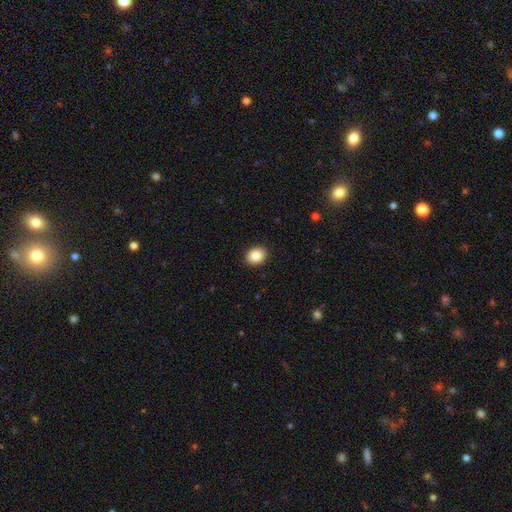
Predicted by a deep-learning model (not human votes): A smooth galaxy with no disk features (87%) that is in between round and cigar-shaped (51%).

Vote fractions:
- Smooth or featured? smooth: 87% / star or artifact: 8% / featured or disk: 5%
- How rounded? in between: 51% / round: 49% / cigar-shaped: 1%
- Merging? none: 91% / minor disturbance: 6% / major disturbance: 2% / merger: 1%